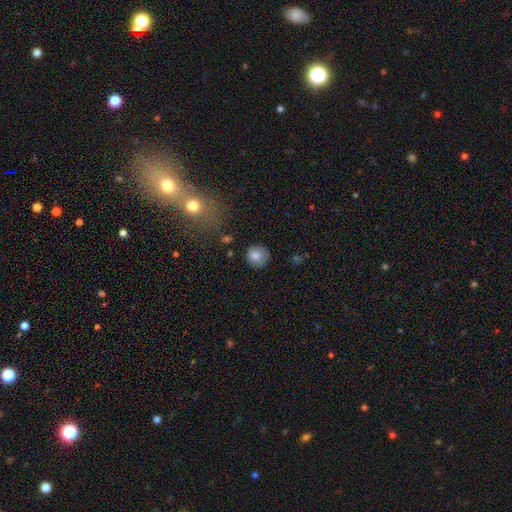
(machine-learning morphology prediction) Overall: smooth (81%). How rounded: round (90%). Merging: none (79%).